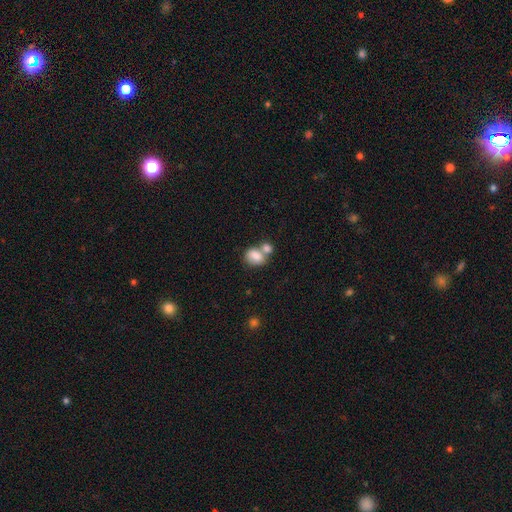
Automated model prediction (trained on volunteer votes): A smooth galaxy with no disk features (81%) that is in between round and cigar-shaped (70%).

Vote fractions:
- Smooth or featured? smooth: 81% / featured or disk: 11% / star or artifact: 8%
- How rounded? in between: 70% / round: 29% / cigar-shaped: 1%
- Merging? merger: 57% / none: 29% / minor disturbance: 10% / major disturbance: 5%